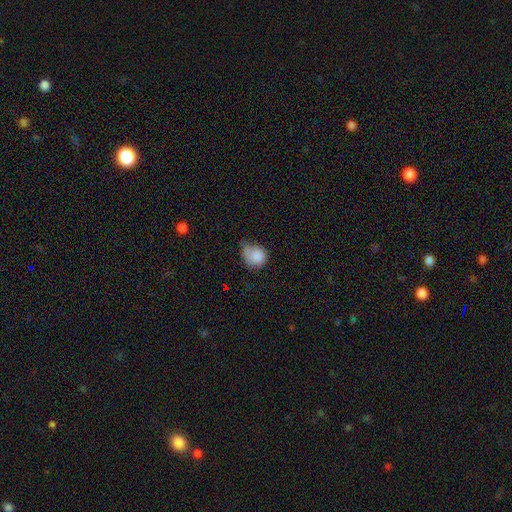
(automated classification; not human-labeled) Smooth or featured?
  - smooth: 84% *
  - star or artifact: 8%
  - featured or disk: 8%
How rounded?
  - round: 68% *
  - in between: 31%
  - cigar-shaped: 1%
Merging?
  - minor disturbance: 46% *
  - none: 30%
  - major disturbance: 19%
  - merger: 5%